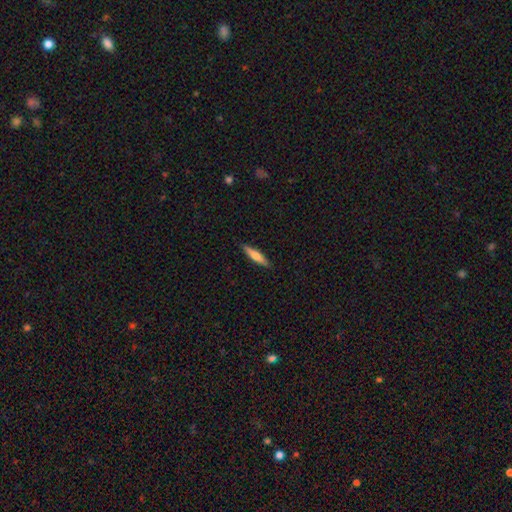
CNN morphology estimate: Smooth or featured?
  - smooth: 61% *
  - featured or disk: 33%
  - star or artifact: 6%
How rounded?
  - cigar-shaped: 84% *
  - in between: 15%
  - round: 2%
Merging?
  - none: 89% *
  - minor disturbance: 8%
  - major disturbance: 2%
  - merger: 1%